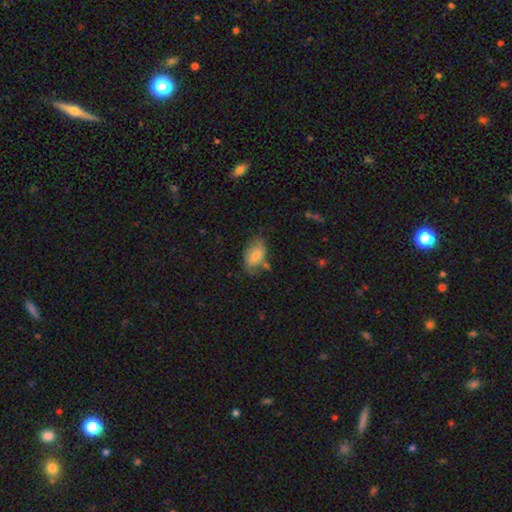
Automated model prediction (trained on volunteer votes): Smooth or featured: smooth — 70% (featured or disk — 22%)
How rounded: in between — 91% (round — 6%)
Merging: none — 54% (minor disturbance — 29%)